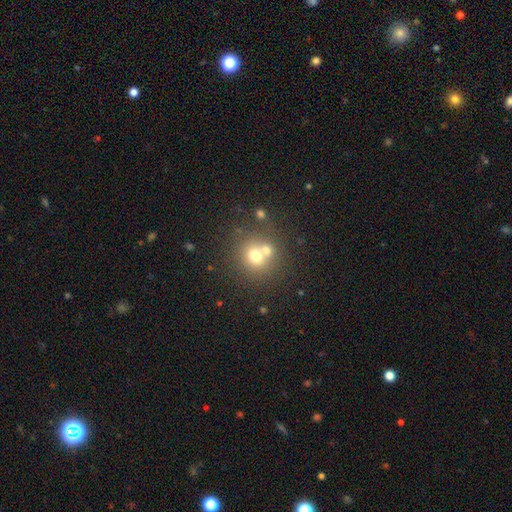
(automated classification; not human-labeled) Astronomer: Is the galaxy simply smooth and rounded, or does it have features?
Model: smooth — 68%.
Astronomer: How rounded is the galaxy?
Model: round — 81%.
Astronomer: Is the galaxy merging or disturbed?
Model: none — 48% (runner-up: merger, 41%).